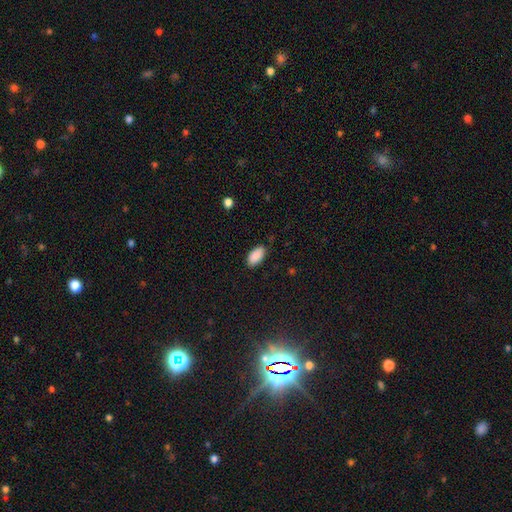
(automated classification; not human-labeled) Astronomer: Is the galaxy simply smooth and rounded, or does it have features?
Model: smooth — 90%.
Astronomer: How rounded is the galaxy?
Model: in between — 94%.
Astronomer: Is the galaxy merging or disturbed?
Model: none — 87%.